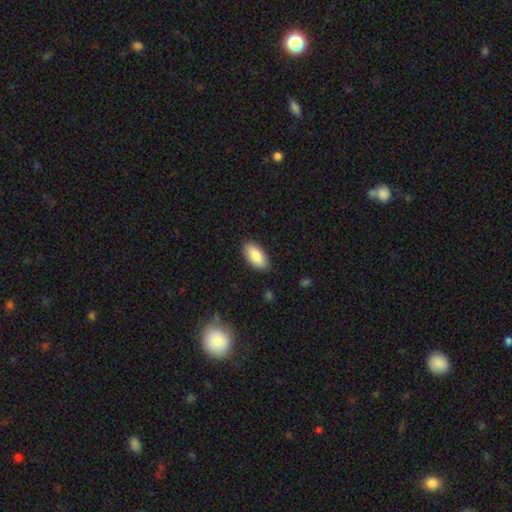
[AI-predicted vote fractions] This is clearly a smooth galaxy (87%). How rounded: clearly in between (90%). Merging: clearly none (87%).